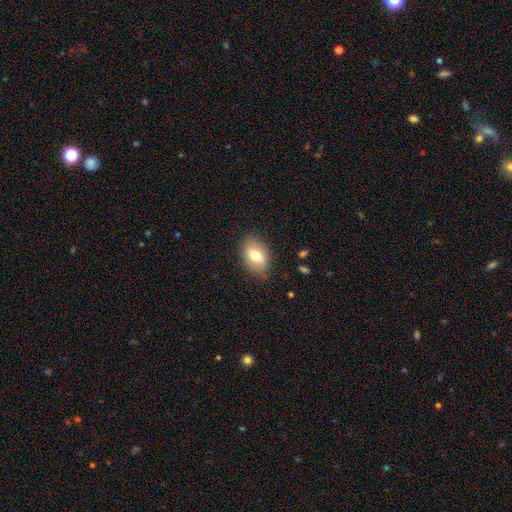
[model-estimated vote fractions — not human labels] smooth-or-featured: smooth: 75% | featured or disk: 17% | star or artifact: 8%
  how-rounded: in between: 85% | round: 14% | cigar-shaped: 1%
  merging: none: 83% | minor disturbance: 13% | major disturbance: 3% | merger: 1%